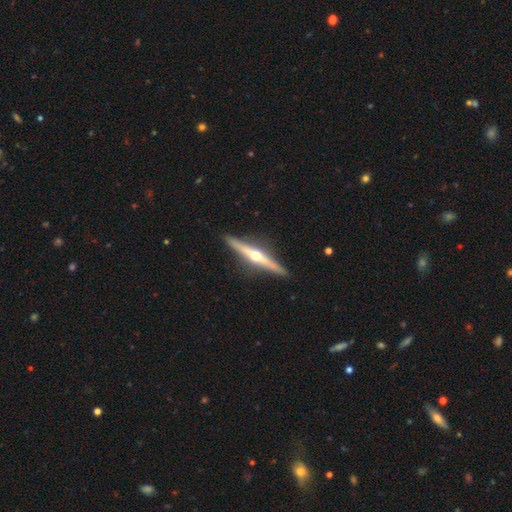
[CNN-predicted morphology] This is clearly a featured or disk galaxy (81%). It is clearly viewed edge-on (98%). Edge-on bulge: clearly rounded (93%). Merging: clearly none (91%).